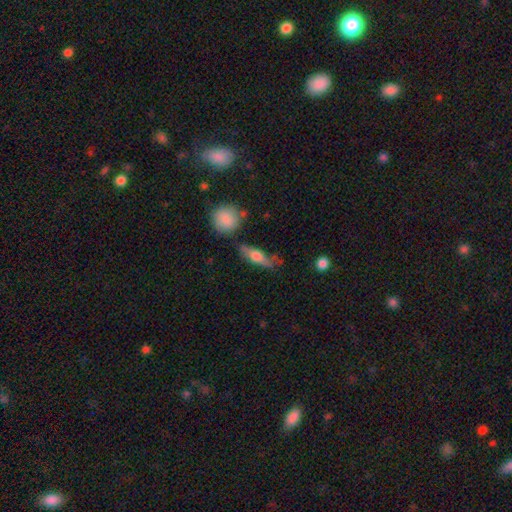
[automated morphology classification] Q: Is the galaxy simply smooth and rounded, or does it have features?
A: smooth — 59%.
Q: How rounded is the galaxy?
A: cigar-shaped — 50%.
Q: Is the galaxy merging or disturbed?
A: none — 67%.